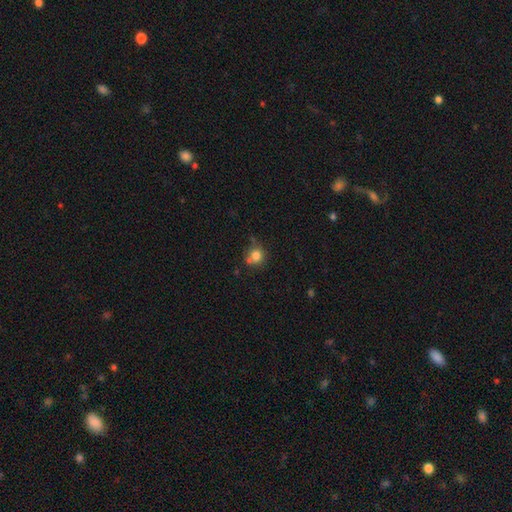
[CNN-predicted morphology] This appears to be a smooth galaxy with no disk features (80%) that is round (83%). Merging: none (58%).